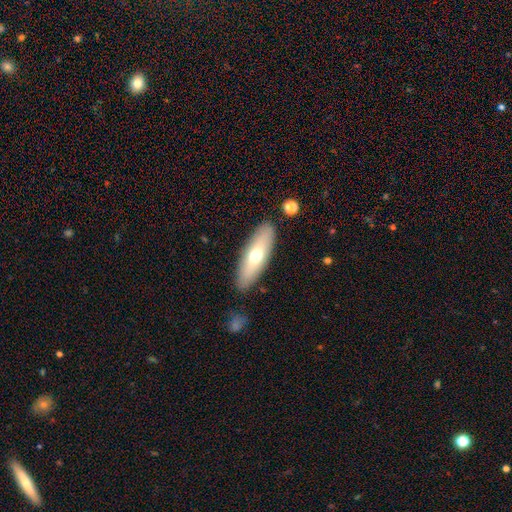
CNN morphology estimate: A smooth galaxy with no disk features (61%) that is in between round and cigar-shaped (52%). Merging: none (87%).